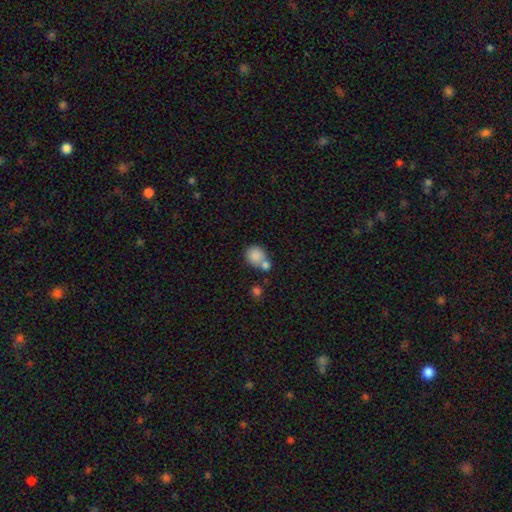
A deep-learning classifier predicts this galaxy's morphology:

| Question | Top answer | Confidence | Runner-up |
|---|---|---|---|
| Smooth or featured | smooth | 84% | star or artifact (9%) |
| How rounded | round | 81% | in between (18%) |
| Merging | none | 45% | merger (40%) |